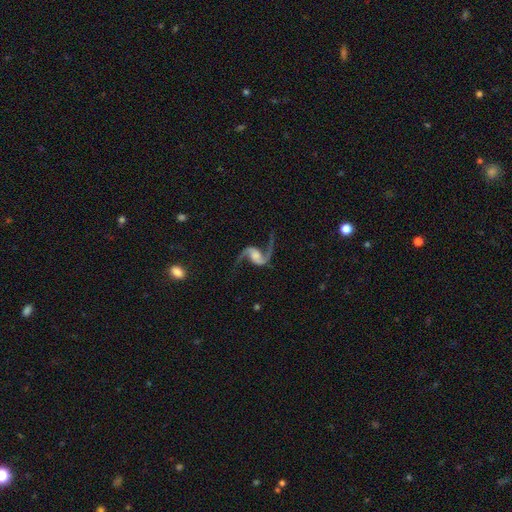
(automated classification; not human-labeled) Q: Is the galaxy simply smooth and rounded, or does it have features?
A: featured or disk — 93%.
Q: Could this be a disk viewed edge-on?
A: no — 98%.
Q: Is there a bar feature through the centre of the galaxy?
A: no — 50%.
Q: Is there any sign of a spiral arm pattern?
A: yes — 98%.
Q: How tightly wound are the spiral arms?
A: loose — 77%.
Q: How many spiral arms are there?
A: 2 — 94%.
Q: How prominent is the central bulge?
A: none — 28%.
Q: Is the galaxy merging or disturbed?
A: none — 78%.